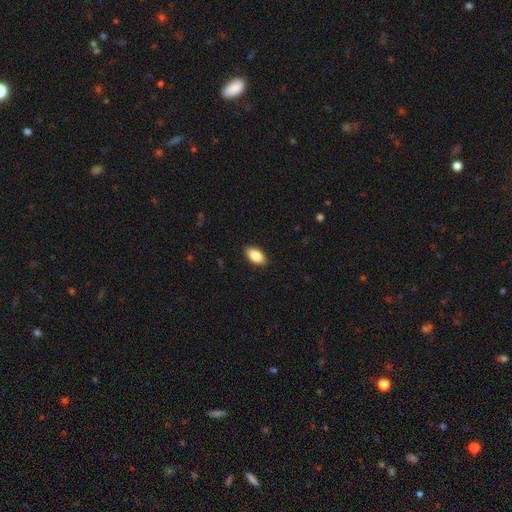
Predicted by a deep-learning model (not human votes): smooth-or-featured: smooth: 86% | featured or disk: 7% | star or artifact: 7%
  how-rounded: in between: 92% | cigar-shaped: 4% | round: 4%
  merging: none: 89% | minor disturbance: 8% | major disturbance: 2% | merger: 1%